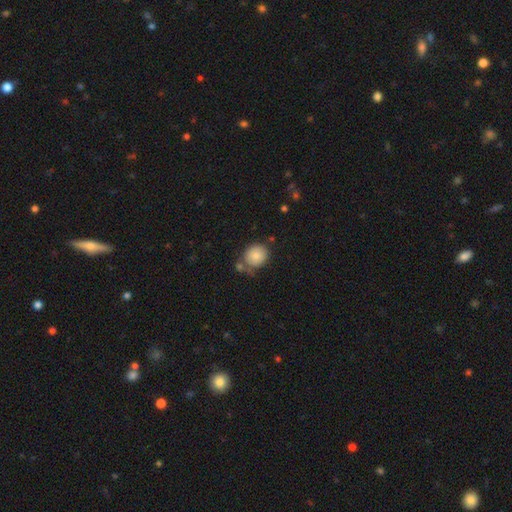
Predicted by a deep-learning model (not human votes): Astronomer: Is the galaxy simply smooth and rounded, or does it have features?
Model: smooth — 84%.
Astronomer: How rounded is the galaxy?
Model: round — 78%.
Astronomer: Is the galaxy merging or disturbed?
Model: none — 61%.